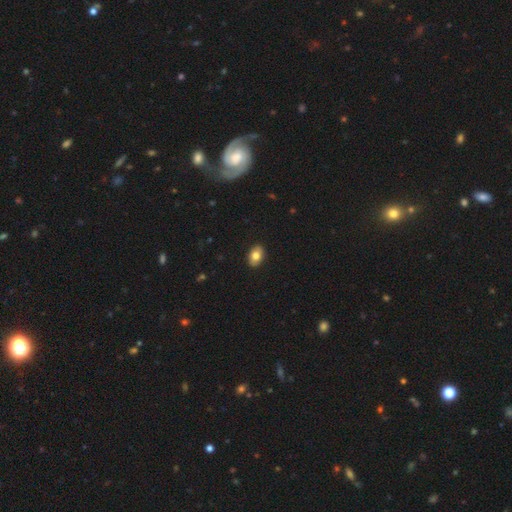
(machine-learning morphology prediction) type=smooth (80%); roundness=in between (85%); merging=none (90%).